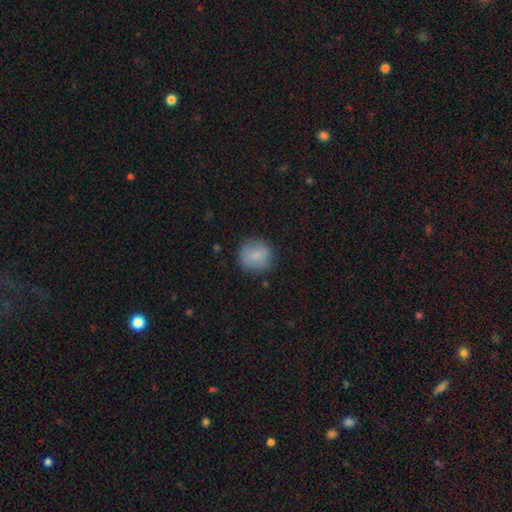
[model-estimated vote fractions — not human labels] Overall: smooth (82%). How rounded: round (91%). Merging: none (82%).